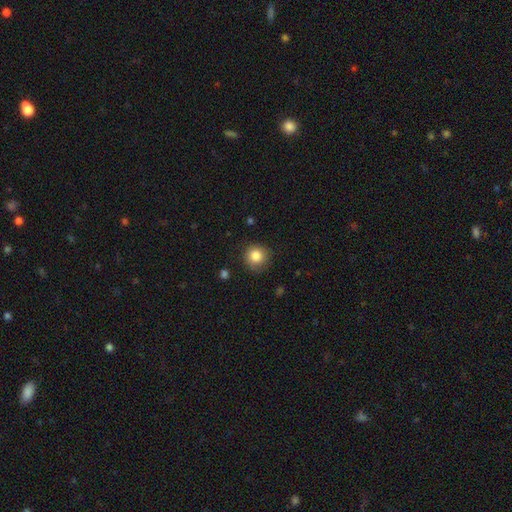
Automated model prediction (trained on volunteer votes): The model was most divided on "merging": none: 84%, minor disturbance: 12%, major disturbance: 3%, merger: 1%. More confident: how rounded — round (93%); smooth or featured — smooth (85%).